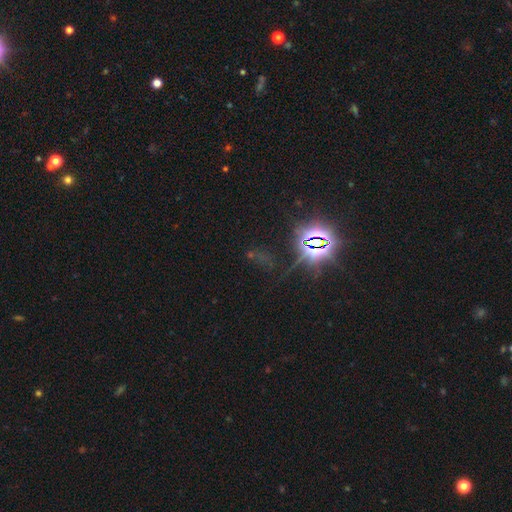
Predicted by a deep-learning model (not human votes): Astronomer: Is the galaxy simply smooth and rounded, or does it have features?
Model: star or artifact — 80%.